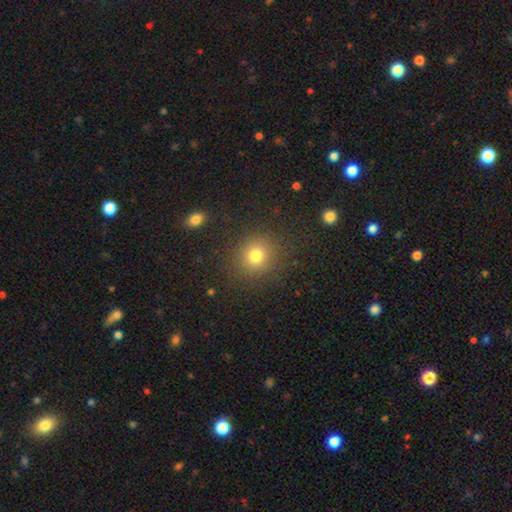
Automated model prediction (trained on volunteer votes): Smooth or featured? smooth (77%)
How rounded? round (82%)
Merging? none (86%)